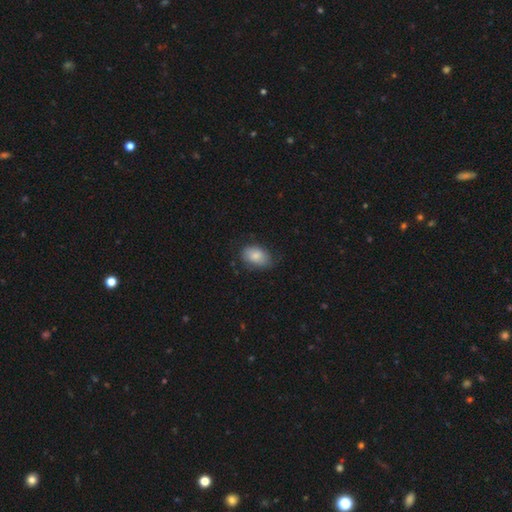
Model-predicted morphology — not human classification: Smooth or featured: smooth — 83% (featured or disk — 10%)
How rounded: in between — 86% (round — 12%)
Merging: none — 67% (minor disturbance — 25%)